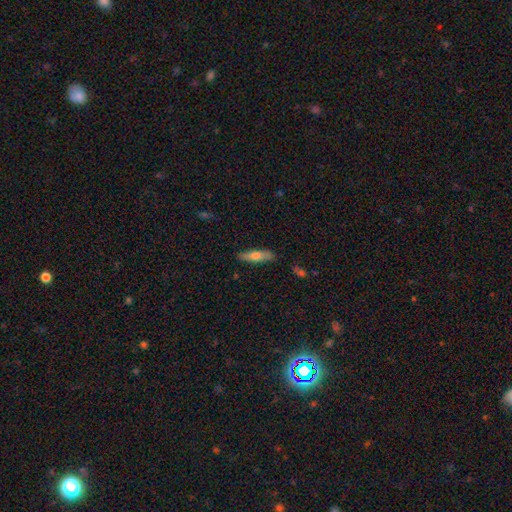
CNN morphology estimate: smooth_or_featured: smooth (p=0.65) [alt: featured or disk p=0.28]
how_rounded: cigar-shaped (p=0.68) [alt: in between p=0.30]
merging: none (p=0.85) [alt: minor disturbance p=0.11]